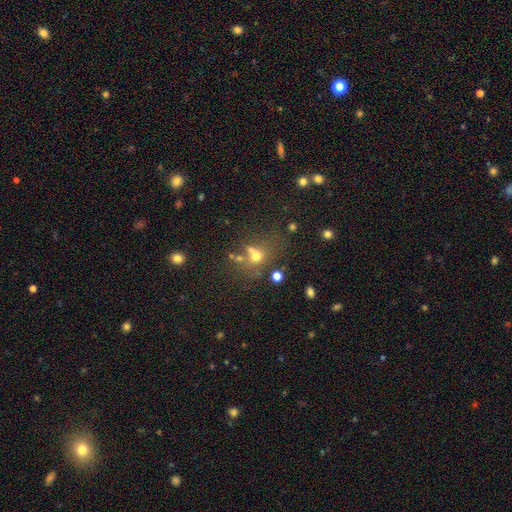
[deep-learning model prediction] smooth-or-featured: smooth: 58% | star or artifact: 24% | featured or disk: 18%
  how-rounded: round: 69% | in between: 29% | cigar-shaped: 2%
  merging: none: 47% | merger: 30% | minor disturbance: 13% | major disturbance: 10%